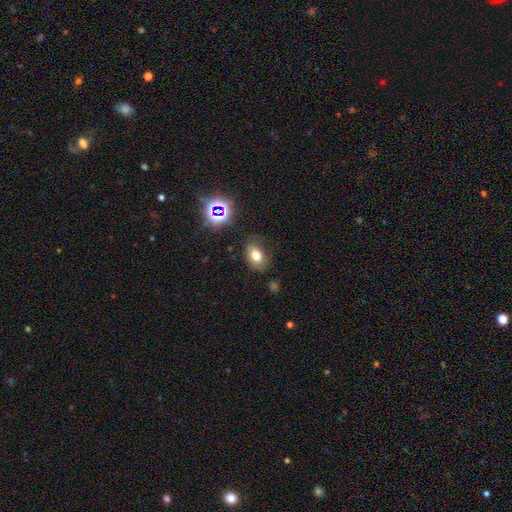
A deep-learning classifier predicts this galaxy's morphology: A smooth galaxy with no disk features (72%) that is in between round and cigar-shaped (80%).

Vote fractions:
- Smooth or featured? smooth: 72% / star or artifact: 16% / featured or disk: 13%
- How rounded? in between: 80% / round: 18% / cigar-shaped: 1%
- Merging? none: 74% / minor disturbance: 18% / major disturbance: 6% / merger: 2%